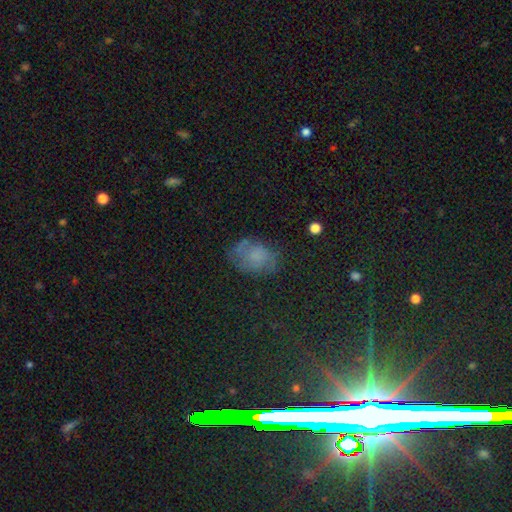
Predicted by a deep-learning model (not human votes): A smooth galaxy with no disk features (49%). Merging: none (62%).